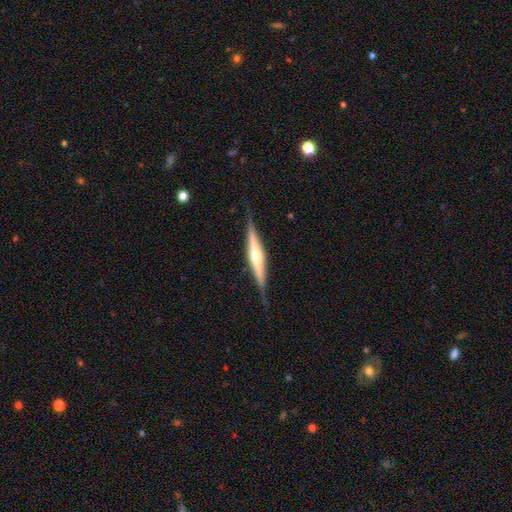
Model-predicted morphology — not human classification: A featured or disk galaxy (76%) viewed edge-on (98%) with a rounded central bulge (79%). Merging: none (84%).